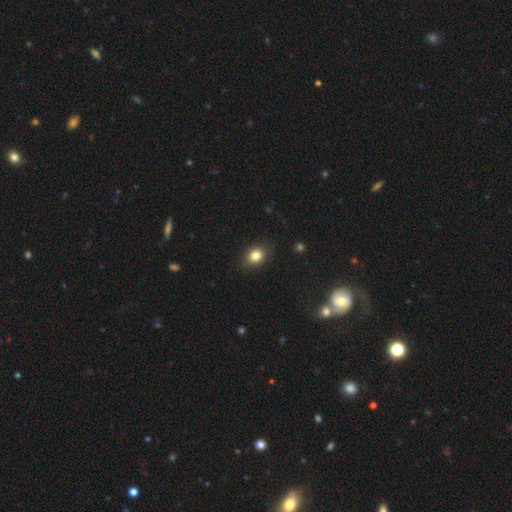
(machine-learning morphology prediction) The model was most divided on "how rounded": in between: 52%, round: 47%, cigar-shaped: 1%. More confident: merging — none (86%); smooth or featured — smooth (83%).